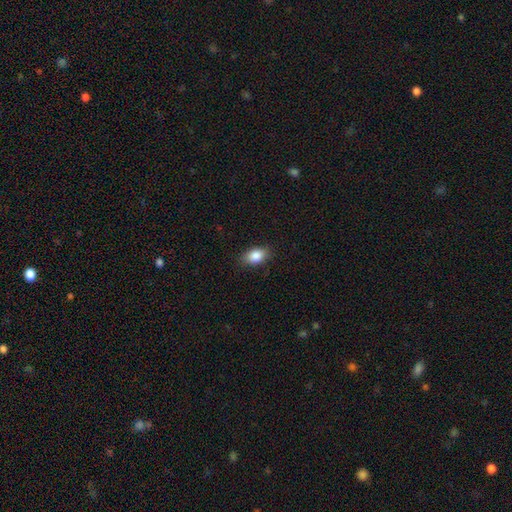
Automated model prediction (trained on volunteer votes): A smooth galaxy with no disk features (86%) that is in between round and cigar-shaped (87%).

Vote fractions:
- Smooth or featured? smooth: 86% / star or artifact: 8% / featured or disk: 6%
- How rounded? in between: 87% / round: 11% / cigar-shaped: 2%
- Merging? none: 85% / minor disturbance: 11% / major disturbance: 3% / merger: 1%